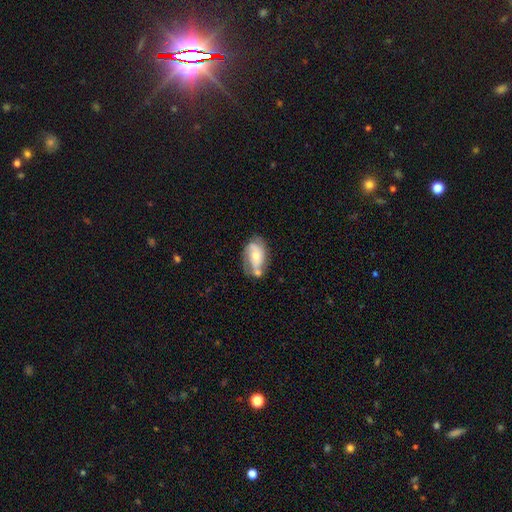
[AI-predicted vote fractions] smooth_or_featured: featured or disk (p=0.58) [alt: smooth p=0.35]
disk_edge_on: no (p=0.95) [alt: yes p=0.05]
bar: no (p=0.65) [alt: weak p=0.27]
has_spiral_arms: yes (p=0.76) [alt: no p=0.24]
bulge_size: moderate (p=0.54) [alt: small p=0.38]
merging: none (p=0.41) [alt: minor disturbance p=0.25]